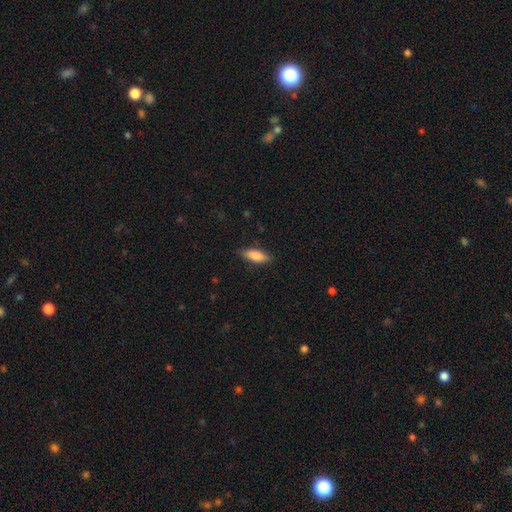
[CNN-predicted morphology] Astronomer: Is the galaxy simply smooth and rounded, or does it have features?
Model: smooth — 85%.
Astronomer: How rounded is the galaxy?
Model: in between — 70%.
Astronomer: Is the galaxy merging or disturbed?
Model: none — 84%.